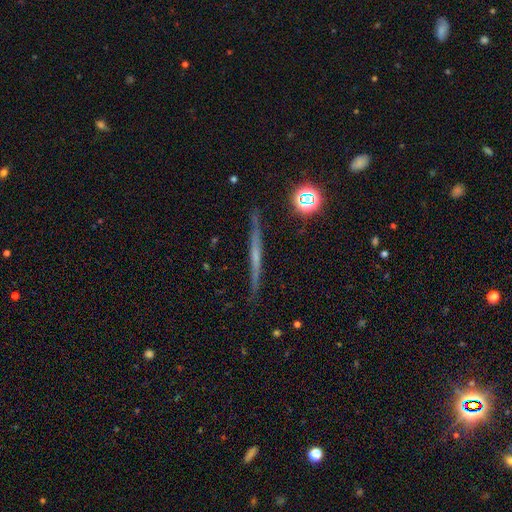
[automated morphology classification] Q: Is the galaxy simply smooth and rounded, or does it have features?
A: featured or disk — 60%.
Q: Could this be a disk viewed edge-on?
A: yes — 97%.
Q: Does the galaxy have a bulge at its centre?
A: none — 76%.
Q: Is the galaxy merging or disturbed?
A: none — 89%.